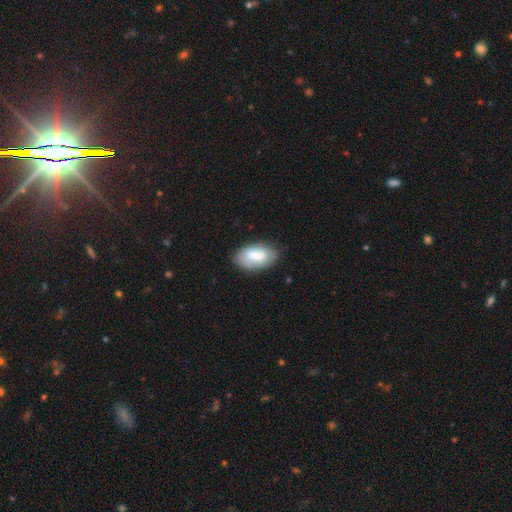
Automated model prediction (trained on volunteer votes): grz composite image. It shows a smooth galaxy with no disk features (67%) that is in between round and cigar-shaped (94%). Merging: none (74%).